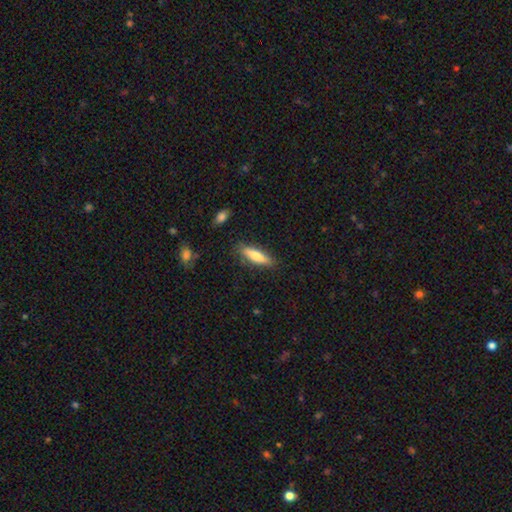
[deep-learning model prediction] A smooth galaxy with no disk features (70%) that is cigar-shaped (66%).

Vote fractions:
- Smooth or featured? smooth: 70% / featured or disk: 24% / star or artifact: 6%
- How rounded? cigar-shaped: 66% / in between: 33% / round: 2%
- Merging? none: 81% / minor disturbance: 14% / major disturbance: 3% / merger: 2%